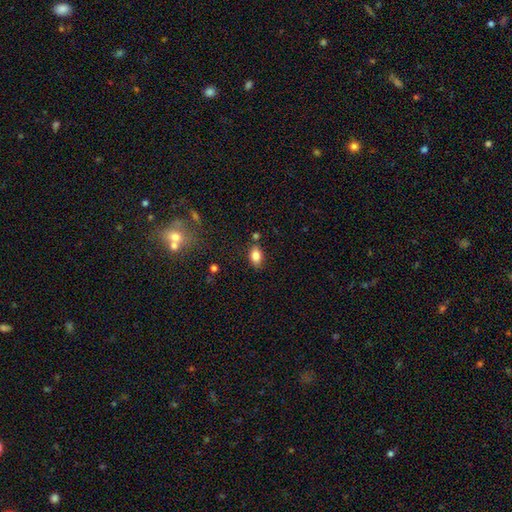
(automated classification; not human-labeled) Morphology: type=smooth (83%); roundness=in between (85%); merging=none (77%).